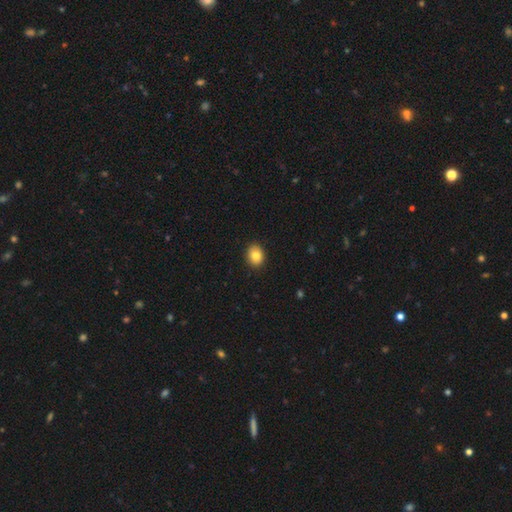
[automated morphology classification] A smooth galaxy with no disk features (82%) that is round (51%).

Vote fractions:
- Smooth or featured? smooth: 82% / star or artifact: 9% / featured or disk: 9%
- How rounded? round: 51% / in between: 48% / cigar-shaped: 1%
- Merging? none: 90% / minor disturbance: 7% / major disturbance: 2% / merger: 1%